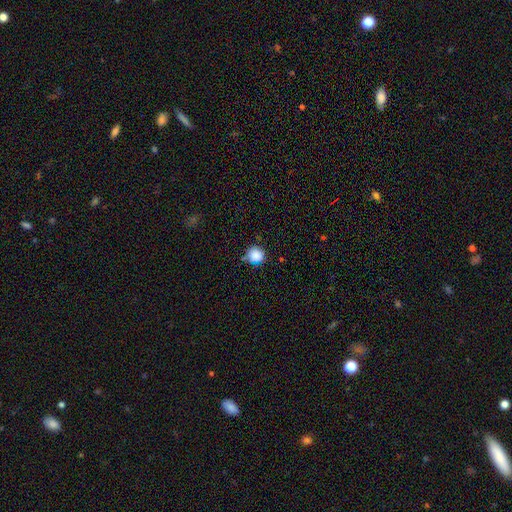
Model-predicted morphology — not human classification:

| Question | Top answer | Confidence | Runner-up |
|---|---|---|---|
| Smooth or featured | smooth | 86% | star or artifact (10%) |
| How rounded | round | 89% | in between (10%) |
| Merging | none | 76% | minor disturbance (16%) |